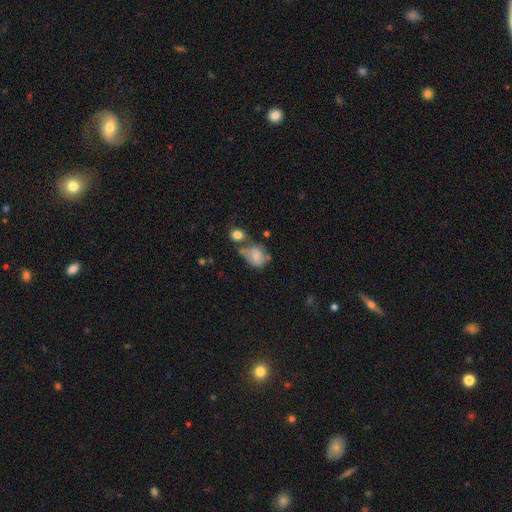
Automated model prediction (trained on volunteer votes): Smooth or featured: smooth — 67% (featured or disk — 22%)
How rounded: in between — 57% (round — 42%)
Merging: merger — 29% (none — 28%)